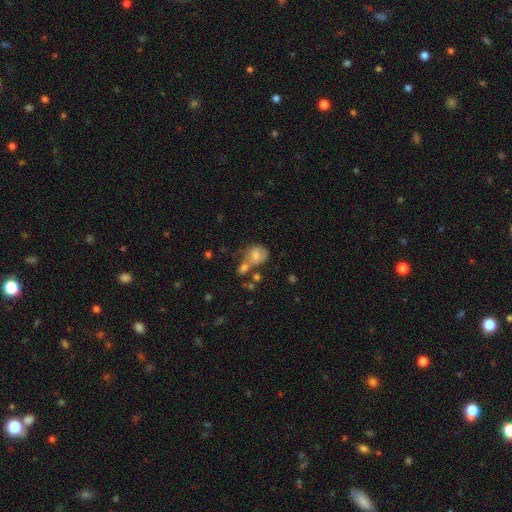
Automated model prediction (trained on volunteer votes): smooth 68%, featured or disk 22%, star or artifact 10%. Down the decision tree: how rounded — round (52%); merging — merger (36%).